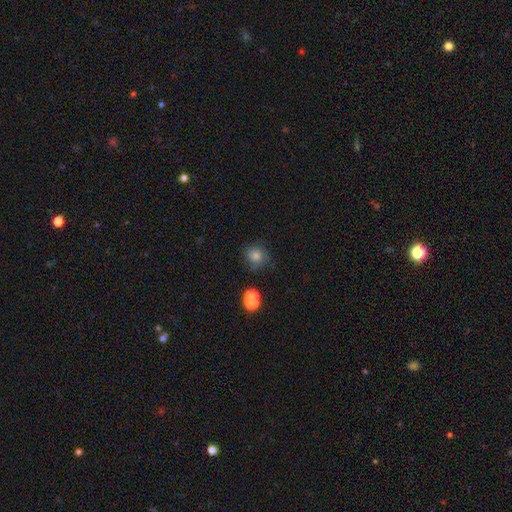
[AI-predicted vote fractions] Morphology: type=smooth (75%); roundness=round (86%); merging=none (64%).